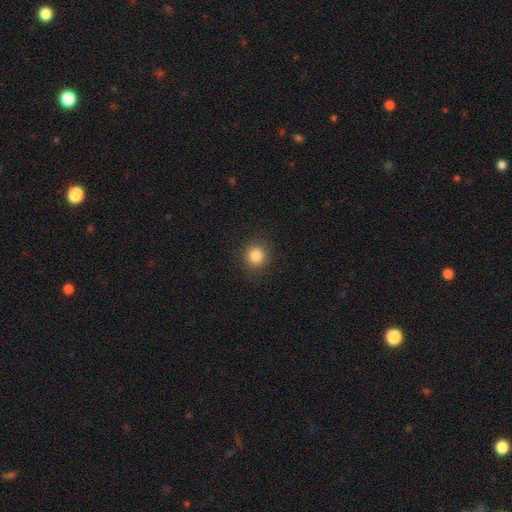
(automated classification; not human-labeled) Q: Smooth or featured?
A: smooth (84%); runner-up: star or artifact (11%)
Q: How rounded?
A: round (84%); runner-up: in between (15%)
Q: Merging?
A: none (88%); runner-up: minor disturbance (8%)